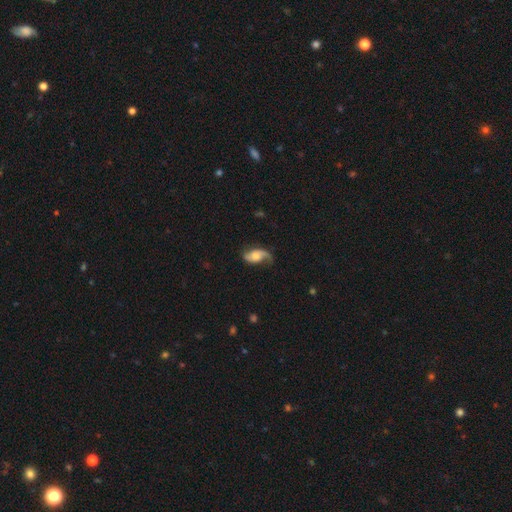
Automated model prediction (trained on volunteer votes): A featured or disk galaxy (72%) with no bar (64%), 2 (78%) loose (67%) spiral arms (93%) and a moderate central bulge (55%).

Vote fractions:
- Smooth or featured? featured or disk: 72% / smooth: 21% / star or artifact: 6%
- Edge-on disk? no: 95% / yes: 5%
- Bar? no: 64% / weak: 28% / strong: 8%
- Spiral arms? yes: 93% / no: 7%
- Spiral winding? loose: 67% / medium: 24% / tight: 8%
- Spiral arm count? 2: 78% / 1: 15% / can't tell: 4% / 3: 1% / 4: 1% / more than 4: 1%
- Bulge size? moderate: 55% / small: 26% / large: 12% / none: 5% / dominant: 2%
- Merging? none: 61% / minor disturbance: 23% / major disturbance: 13% / merger: 2%